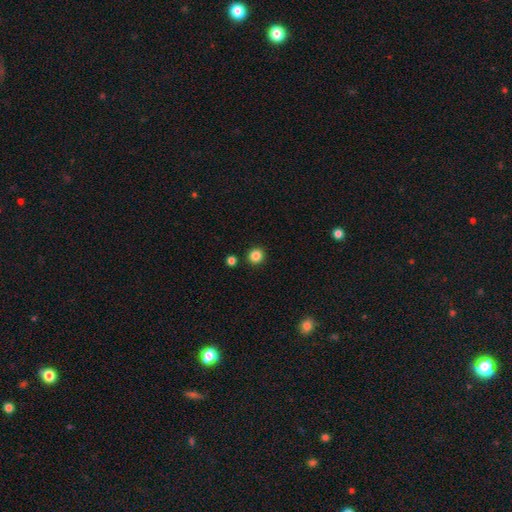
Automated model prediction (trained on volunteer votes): Smooth or featured?
  - smooth: 85% *
  - star or artifact: 11%
  - featured or disk: 4%
How rounded?
  - round: 92% *
  - in between: 7%
  - cigar-shaped: 1%
Merging?
  - none: 90% *
  - minor disturbance: 5%
  - merger: 3%
  - major disturbance: 2%